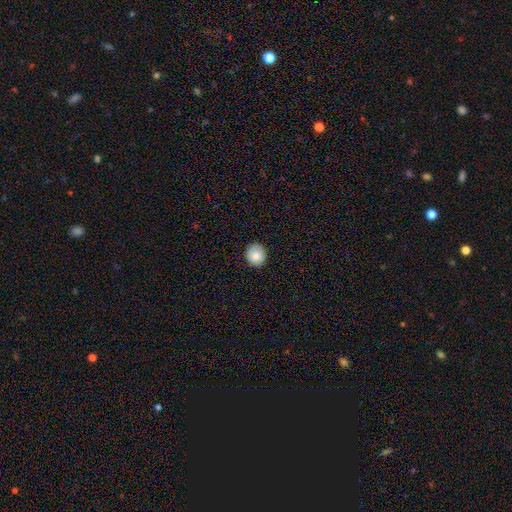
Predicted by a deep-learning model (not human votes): Morphology: type=smooth (86%); roundness=round (86%); merging=none (89%).